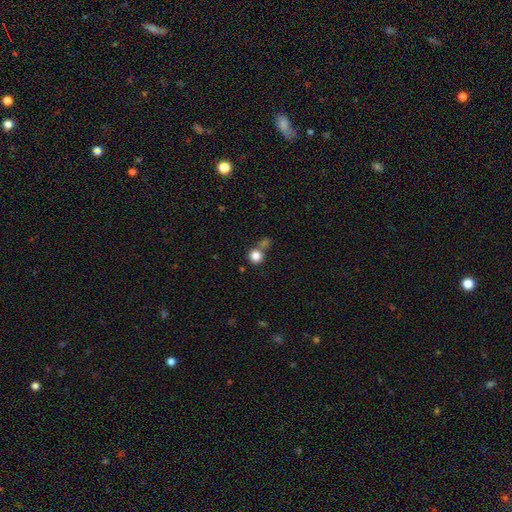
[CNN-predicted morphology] Overall: smooth (83%). How rounded: round (92%). Merging: none (59%; merger 27%).